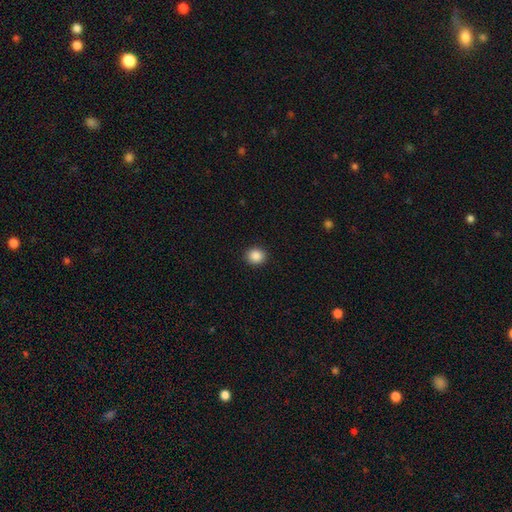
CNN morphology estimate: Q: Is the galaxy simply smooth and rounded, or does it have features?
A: smooth — 88%.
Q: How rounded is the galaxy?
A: round — 81%.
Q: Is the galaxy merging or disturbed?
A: none — 92%.